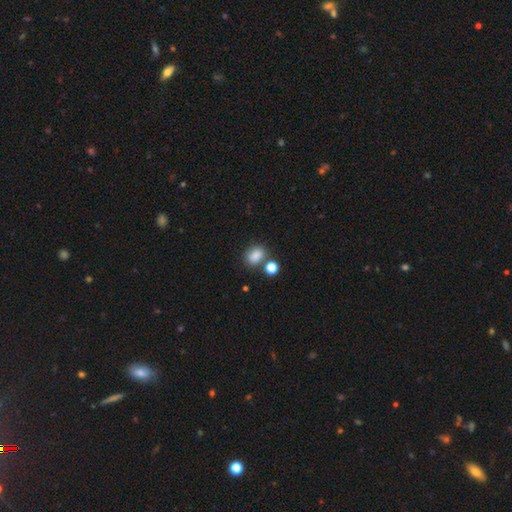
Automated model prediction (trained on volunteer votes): Smooth or featured: smooth — 84% (star or artifact — 11%)
How rounded: in between — 66% (round — 33%)
Merging: none — 67% (merger — 16%)